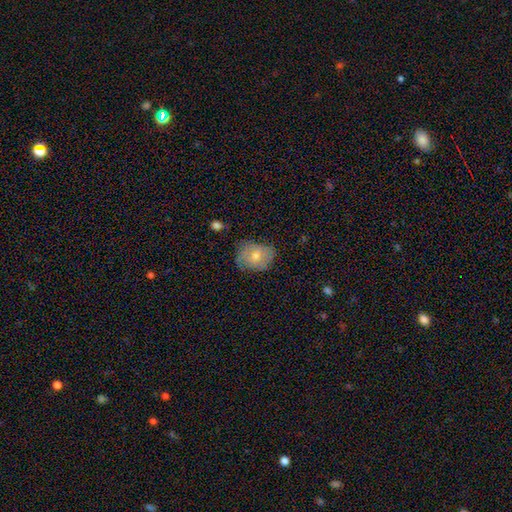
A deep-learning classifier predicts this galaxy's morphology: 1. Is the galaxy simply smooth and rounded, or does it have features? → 55% smooth, 36% featured or disk, 9% star or artifact.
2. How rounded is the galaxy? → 50% in between, 49% round, 1% cigar-shaped.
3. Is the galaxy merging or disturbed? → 68% none, 25% minor disturbance, 6% major disturbance, 1% merger.